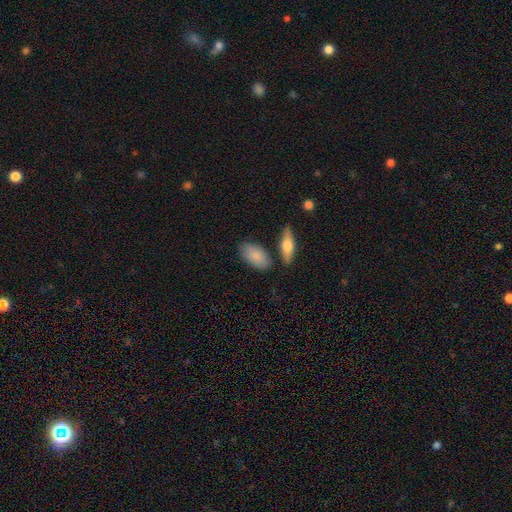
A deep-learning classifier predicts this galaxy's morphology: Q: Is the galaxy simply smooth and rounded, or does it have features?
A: smooth — 84%.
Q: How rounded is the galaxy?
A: in between — 92%.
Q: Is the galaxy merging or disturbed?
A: none — 74%.